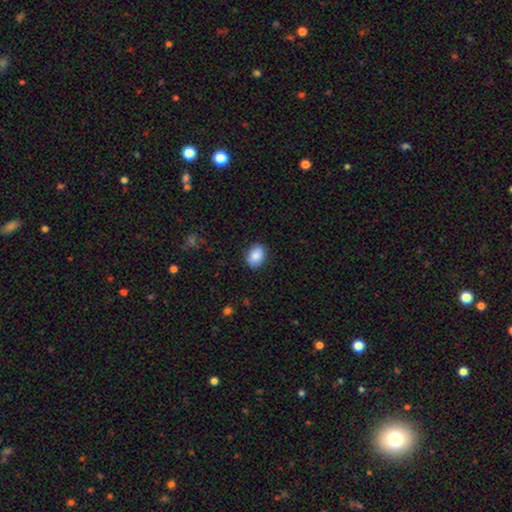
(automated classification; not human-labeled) Smooth or featured: smooth — 87% (star or artifact — 7%)
How rounded: in between — 71% (round — 28%)
Merging: none — 87% (minor disturbance — 10%)